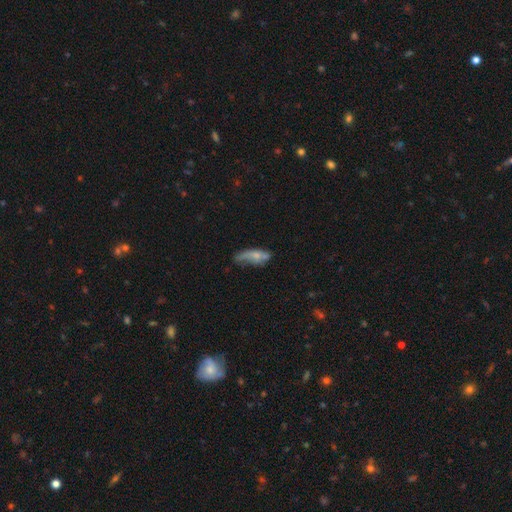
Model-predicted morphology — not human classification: smooth 54%, featured or disk 37%, star or artifact 9%. Down the decision tree: how rounded — in between (64%); merging — none (33%).